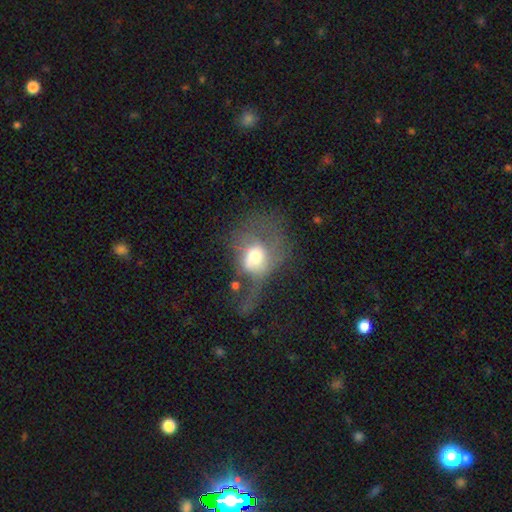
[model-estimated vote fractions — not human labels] Smooth or featured? smooth (49%)
Merging? major disturbance (60%)